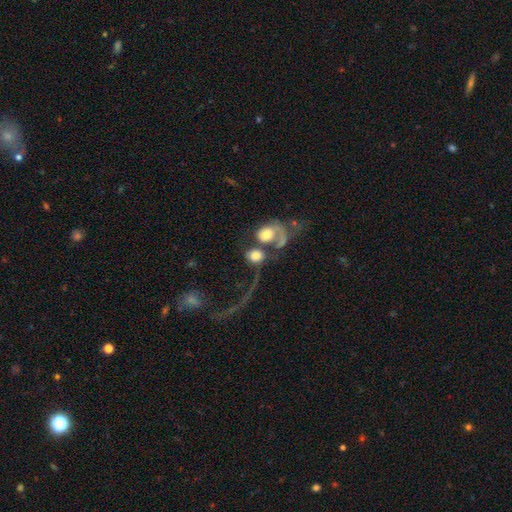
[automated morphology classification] This appears to be a smooth galaxy with no disk features (62%) that is round (65%). Merging: merger (56%).